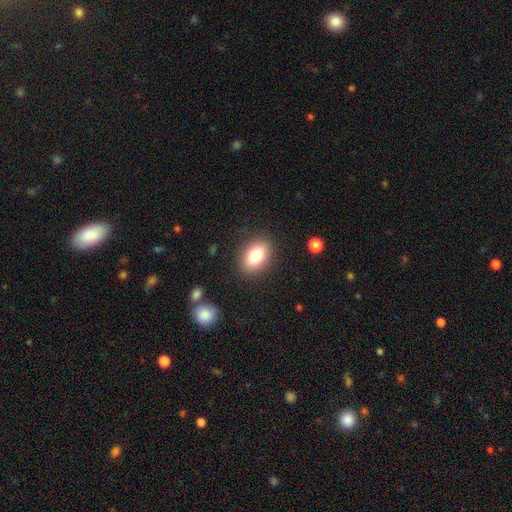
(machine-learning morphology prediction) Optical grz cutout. It shows a smooth galaxy with no disk features (82%) that is in between round and cigar-shaped (78%). Merging: none (87%).